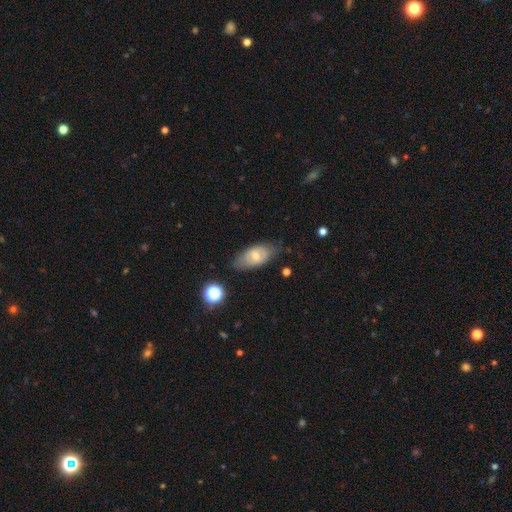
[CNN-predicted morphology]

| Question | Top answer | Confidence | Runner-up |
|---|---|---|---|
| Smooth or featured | smooth | 54% | featured or disk (38%) |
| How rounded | in between | 88% | round (7%) |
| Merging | none | 70% | minor disturbance (21%) |